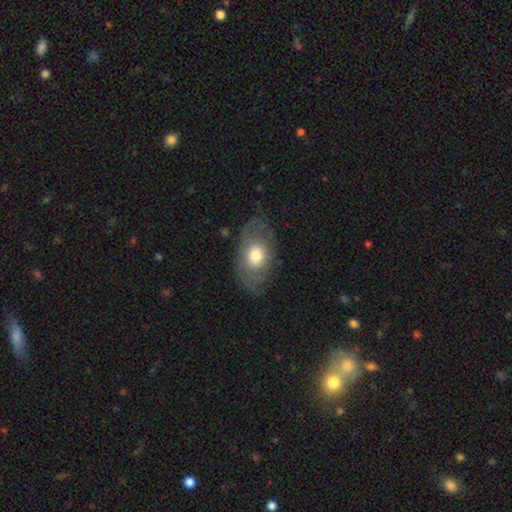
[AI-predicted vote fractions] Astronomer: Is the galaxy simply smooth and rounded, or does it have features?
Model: smooth — 55% (runner-up: featured or disk, 38%).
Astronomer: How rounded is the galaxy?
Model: in between — 84%.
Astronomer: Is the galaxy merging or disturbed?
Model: none — 73%.